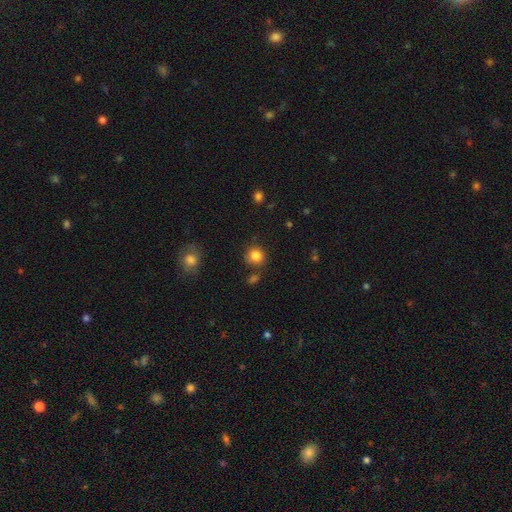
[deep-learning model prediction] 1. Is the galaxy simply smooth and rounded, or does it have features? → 84% smooth, 11% star or artifact, 5% featured or disk.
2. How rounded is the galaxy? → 89% round, 10% in between, 1% cigar-shaped.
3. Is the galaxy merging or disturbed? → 79% none, 11% minor disturbance, 6% merger, 4% major disturbance.